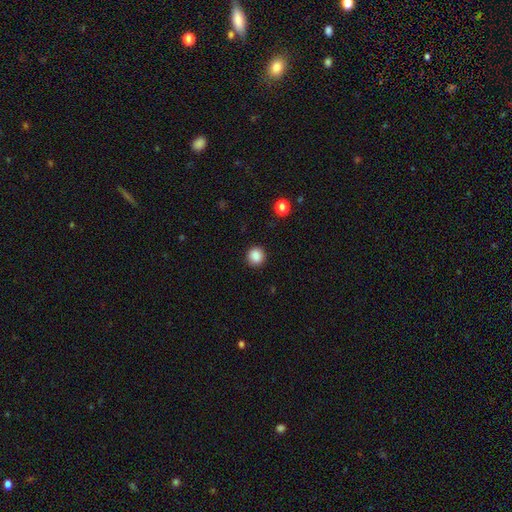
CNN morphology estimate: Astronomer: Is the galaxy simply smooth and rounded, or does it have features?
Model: smooth — 87%.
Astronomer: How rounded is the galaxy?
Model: round — 92%.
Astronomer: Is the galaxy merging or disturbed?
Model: none — 90%.